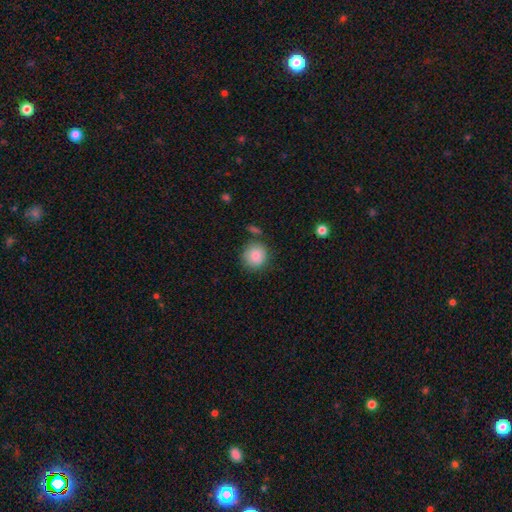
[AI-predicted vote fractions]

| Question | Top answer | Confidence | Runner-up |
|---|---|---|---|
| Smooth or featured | smooth | 86% | star or artifact (8%) |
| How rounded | round | 91% | in between (8%) |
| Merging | none | 80% | minor disturbance (12%) |